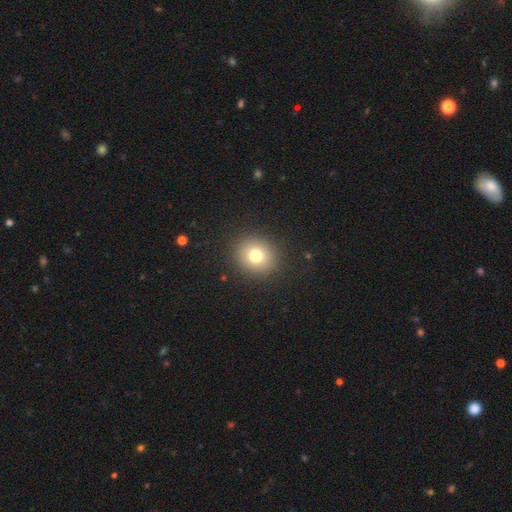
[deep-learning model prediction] This appears to be a smooth galaxy with no disk features (76%) that is round (79%). Merging: none (90%).